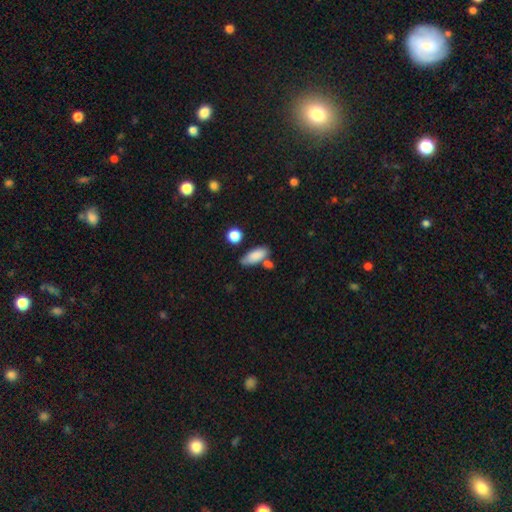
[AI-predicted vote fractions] A smooth galaxy with no disk features (85%) that is in between round and cigar-shaped (79%). Merging: none (62%).